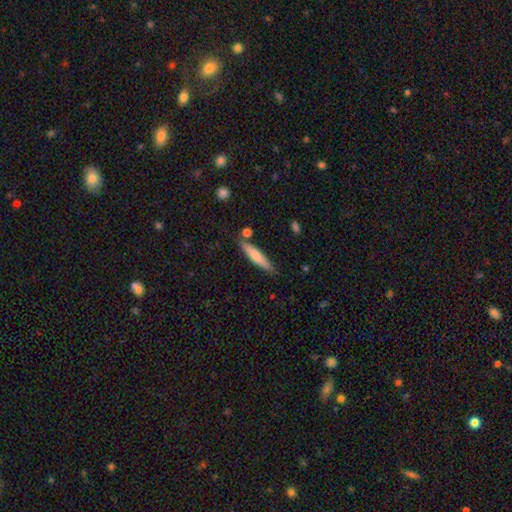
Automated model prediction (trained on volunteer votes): smooth_or_featured: smooth (p=0.66) [alt: featured or disk p=0.28]
how_rounded: cigar-shaped (p=0.86) [alt: in between p=0.13]
merging: none (p=0.79) [alt: minor disturbance p=0.13]